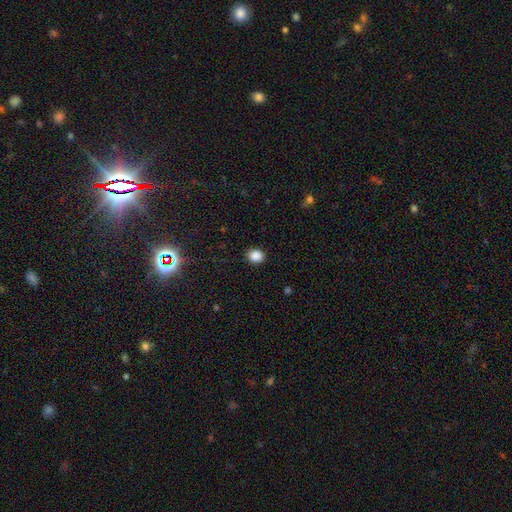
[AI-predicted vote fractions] The model was most divided on "how rounded": round: 71%, in between: 28%, cigar-shaped: 1%. More confident: merging — none (90%); smooth or featured — smooth (86%).